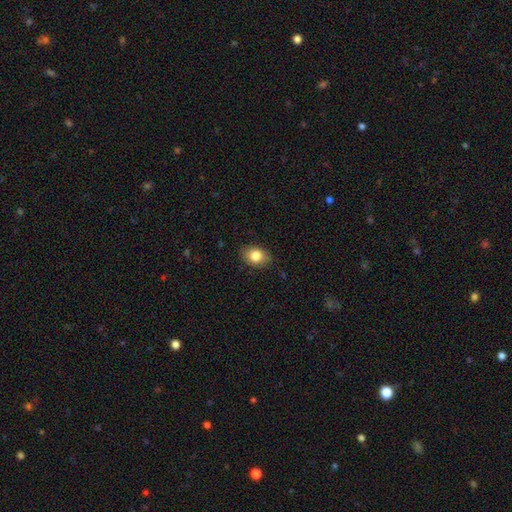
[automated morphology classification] smooth 83%, featured or disk 9%, star or artifact 9%. Down the decision tree: how rounded — in between (67%); merging — none (81%).